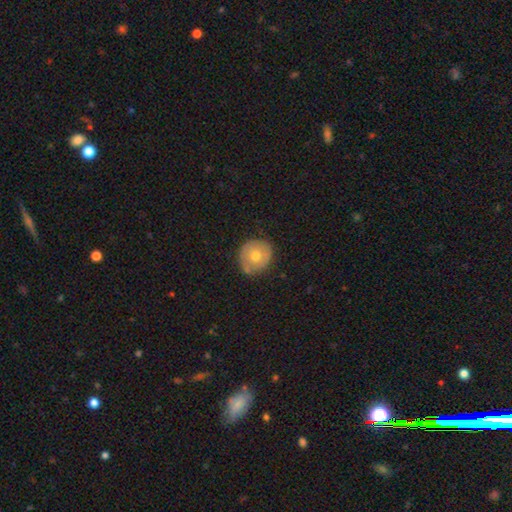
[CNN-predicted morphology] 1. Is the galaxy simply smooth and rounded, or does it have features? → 63% smooth, 29% featured or disk, 8% star or artifact.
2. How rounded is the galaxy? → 85% round, 14% in between, 1% cigar-shaped.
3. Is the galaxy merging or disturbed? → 75% none, 19% minor disturbance, 3% major disturbance, 3% merger.